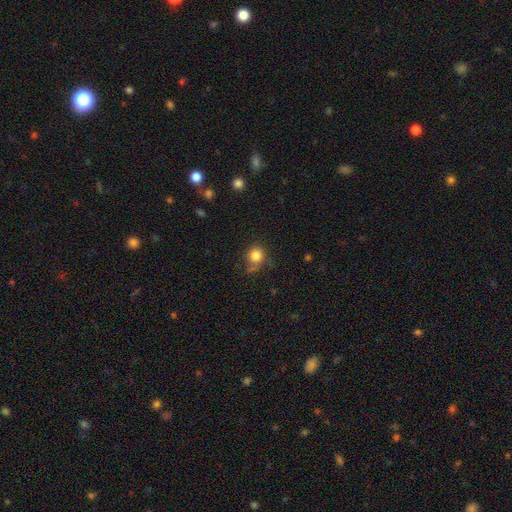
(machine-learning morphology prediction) type=smooth (82%); roundness=round (87%); merging=none (63%).